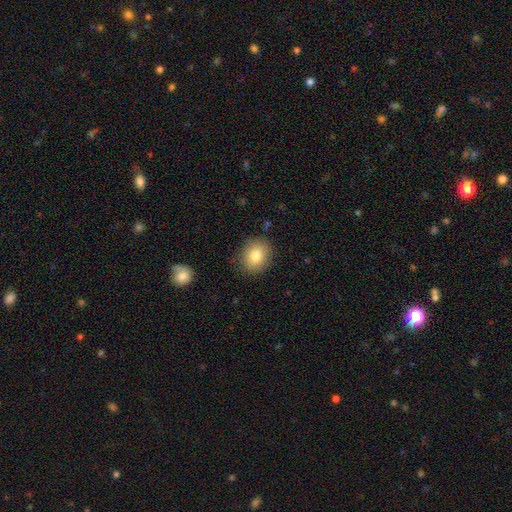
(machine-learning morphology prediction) This is clearly a smooth galaxy (81%). How rounded: likely round (67%). Merging: clearly none (87%).